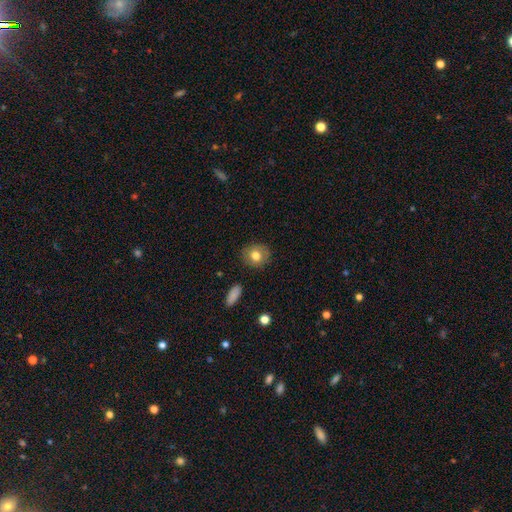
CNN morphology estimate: This is likely a smooth galaxy (78%). How rounded: likely round (79%). Merging: clearly none (87%).